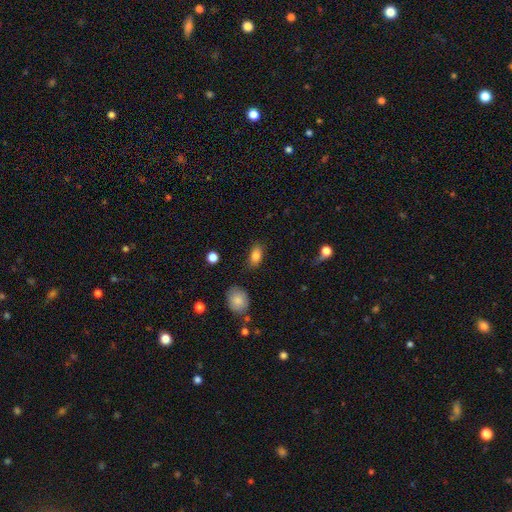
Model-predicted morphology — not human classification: Overall: smooth (85%). How rounded: in between (88%). Merging: none (82%).